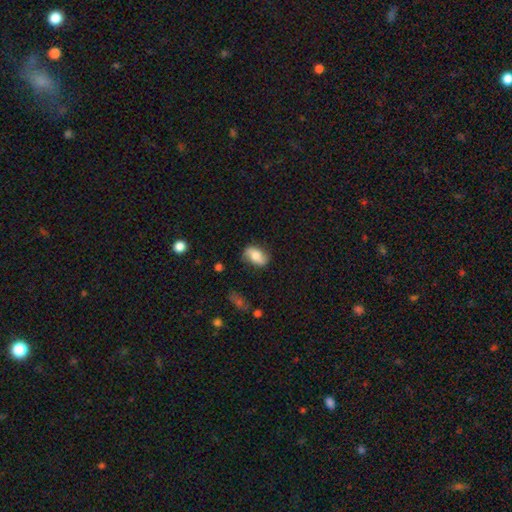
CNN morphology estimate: smooth_or_featured: smooth (p=0.53) [alt: featured or disk p=0.39]
how_rounded: in between (p=0.85) [alt: round p=0.12]
merging: none (p=0.72) [alt: minor disturbance p=0.20]